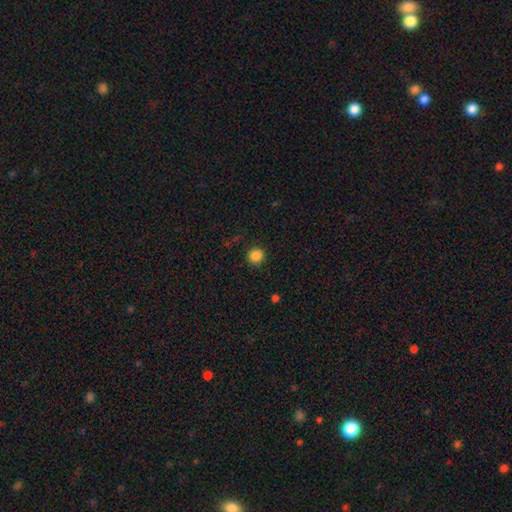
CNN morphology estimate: type=smooth (86%); roundness=round (94%); merging=none (91%).